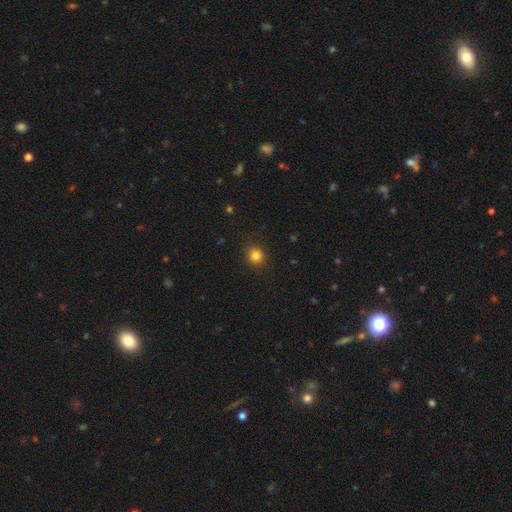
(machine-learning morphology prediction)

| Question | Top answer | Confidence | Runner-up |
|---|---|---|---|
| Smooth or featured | smooth | 83% | star or artifact (13%) |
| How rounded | round | 90% | in between (10%) |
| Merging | none | 89% | minor disturbance (7%) |